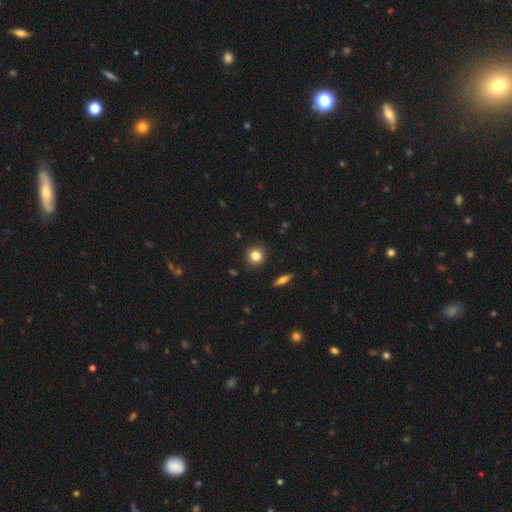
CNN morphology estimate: Overall: smooth (81%). How rounded: round (90%). Merging: none (89%).